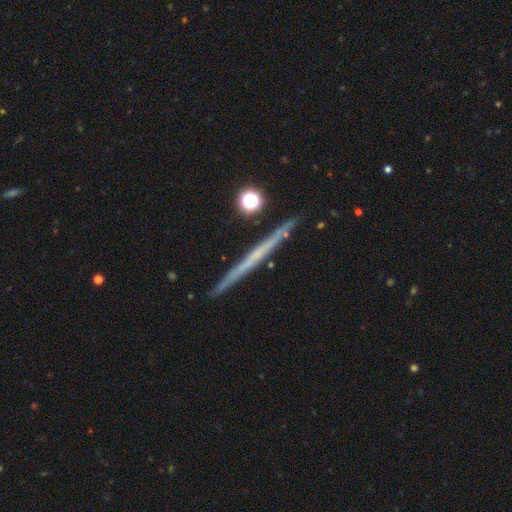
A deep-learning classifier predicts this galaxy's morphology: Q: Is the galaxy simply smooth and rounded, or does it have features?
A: featured or disk — 62%.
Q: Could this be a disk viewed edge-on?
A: yes — 97%.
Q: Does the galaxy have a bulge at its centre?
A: none — 91%.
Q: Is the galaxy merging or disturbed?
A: none — 91%.